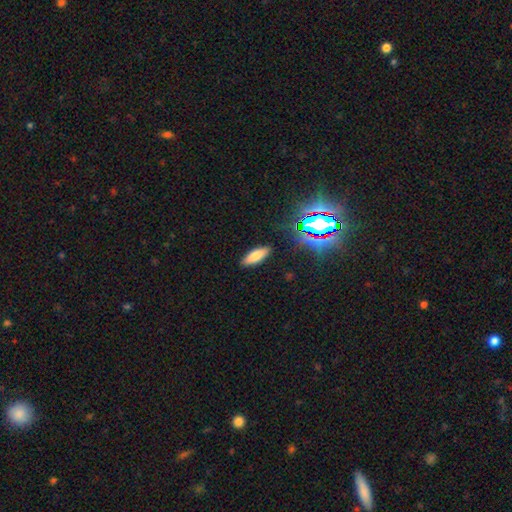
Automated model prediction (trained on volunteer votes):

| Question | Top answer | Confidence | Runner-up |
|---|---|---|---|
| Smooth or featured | smooth | 75% | star or artifact (13%) |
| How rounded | in between | 65% | cigar-shaped (32%) |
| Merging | none | 89% | minor disturbance (8%) |